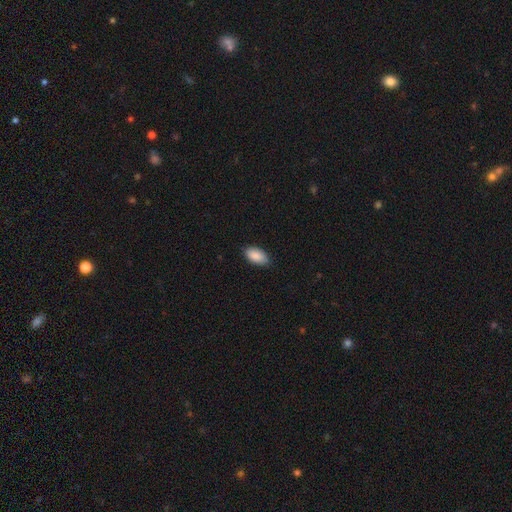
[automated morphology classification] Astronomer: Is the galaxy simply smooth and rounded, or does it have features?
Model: smooth — 90%.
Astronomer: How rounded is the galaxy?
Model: in between — 95%.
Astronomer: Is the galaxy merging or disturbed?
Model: none — 84%.